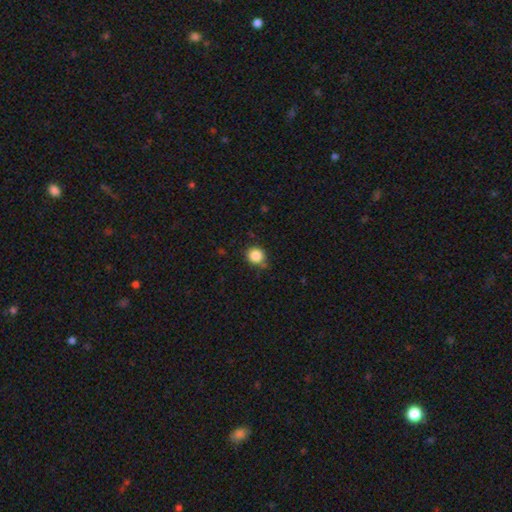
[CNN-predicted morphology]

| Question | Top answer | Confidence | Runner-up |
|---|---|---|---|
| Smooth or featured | smooth | 86% | star or artifact (11%) |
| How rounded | round | 91% | in between (8%) |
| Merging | none | 80% | minor disturbance (13%) |